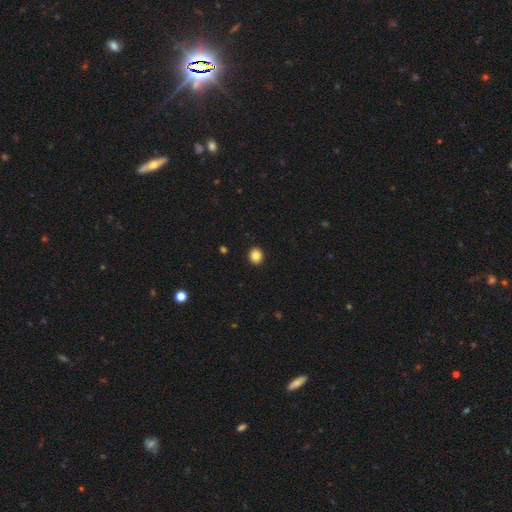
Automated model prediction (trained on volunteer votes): smooth-or-featured: smooth: 85% | star or artifact: 10% | featured or disk: 5%
  how-rounded: round: 76% | in between: 24% | cigar-shaped: 1%
  merging: none: 93% | minor disturbance: 5% | major disturbance: 1% | merger: 1%